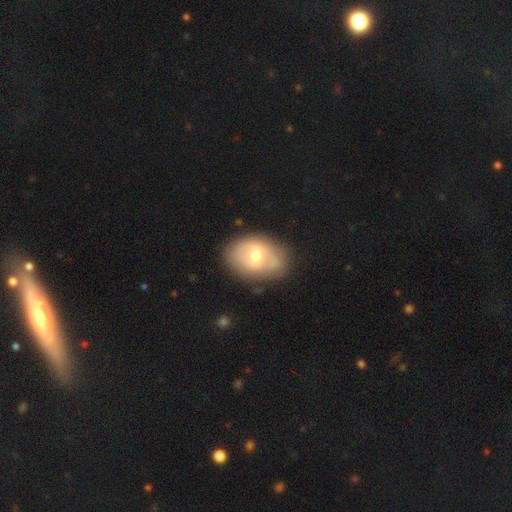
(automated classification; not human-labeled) featured or disk 52%, smooth 42%, star or artifact 6%. Down the decision tree: edge-on disk — no (94%); merging — none (70%).